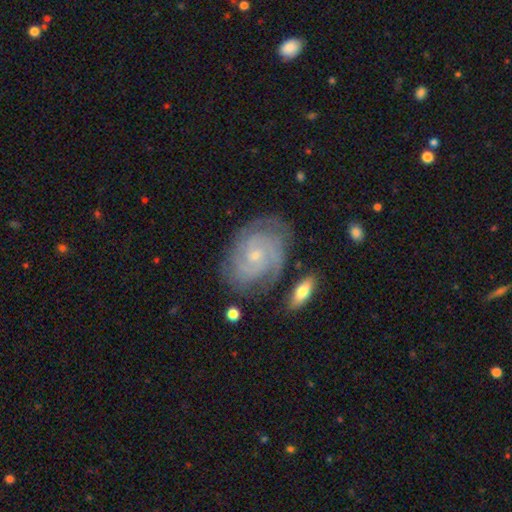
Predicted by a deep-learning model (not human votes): smooth-or-featured: featured or disk: 85% | smooth: 9% | star or artifact: 6%
  disk-edge-on: no: 97% | yes: 3%
    bar: no: 72% | weak: 23% | strong: 4%
    has-spiral-arms: yes: 97% | no: 3%
      spiral-winding: tight: 72% | medium: 23% | loose: 4%
      spiral-arm-count: 2: 34% | 3: 23% | can't tell: 23% | 4: 10% | more than 4: 5% | 1: 5%
    bulge-size: small: 75% | moderate: 20% | none: 2% | large: 1% | dominant: 1%
  merging: none: 74% | minor disturbance: 17% | major disturbance: 5% | merger: 4%